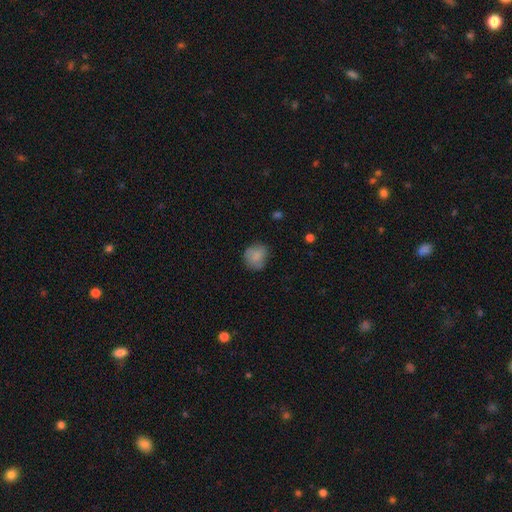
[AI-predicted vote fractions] A smooth galaxy with no disk features (80%) that is round (77%).

Vote fractions:
- Smooth or featured? smooth: 80% / featured or disk: 11% / star or artifact: 9%
- How rounded? round: 77% / in between: 22% / cigar-shaped: 1%
- Merging? none: 70% / minor disturbance: 22% / major disturbance: 7% / merger: 2%